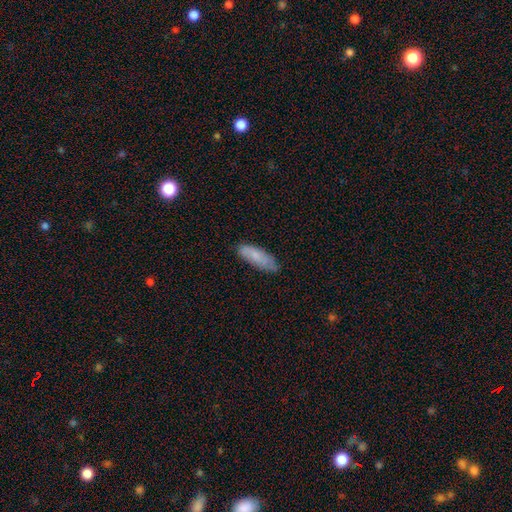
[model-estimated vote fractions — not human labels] smooth_or_featured: smooth (p=0.73) [alt: featured or disk p=0.21]
how_rounded: in between (p=0.63) [alt: cigar-shaped p=0.36]
merging: none (p=0.72) [alt: minor disturbance p=0.22]